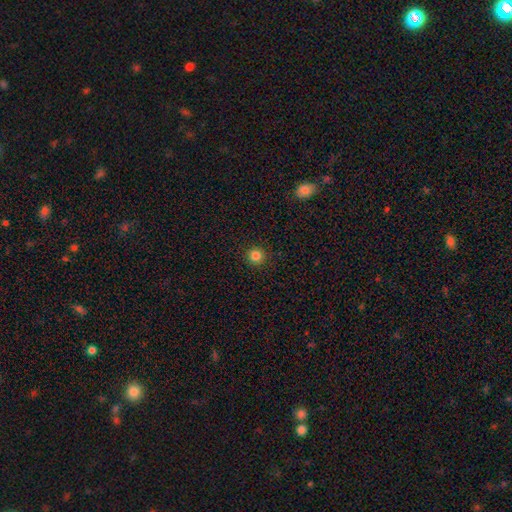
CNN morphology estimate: A smooth galaxy with no disk features (83%) that is round (95%).

Vote fractions:
- Smooth or featured? smooth: 83% / star or artifact: 13% / featured or disk: 4%
- How rounded? round: 95% / in between: 4% / cigar-shaped: 1%
- Merging? none: 93% / minor disturbance: 5% / major disturbance: 2% / merger: 1%